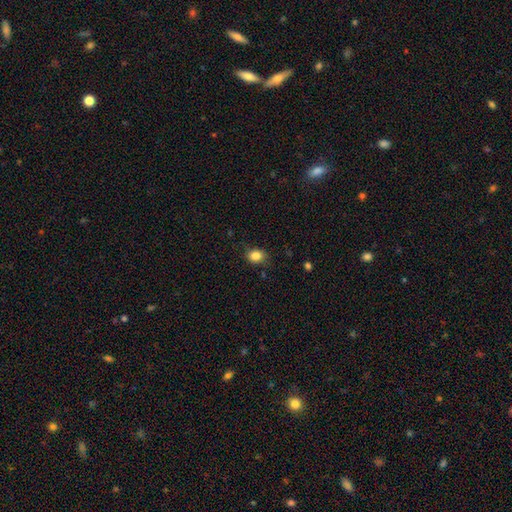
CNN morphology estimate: A smooth galaxy with no disk features (84%) that is round (51%).

Vote fractions:
- Smooth or featured? smooth: 84% / star or artifact: 10% / featured or disk: 6%
- How rounded? round: 51% / in between: 48% / cigar-shaped: 1%
- Merging? none: 80% / minor disturbance: 15% / major disturbance: 3% / merger: 1%